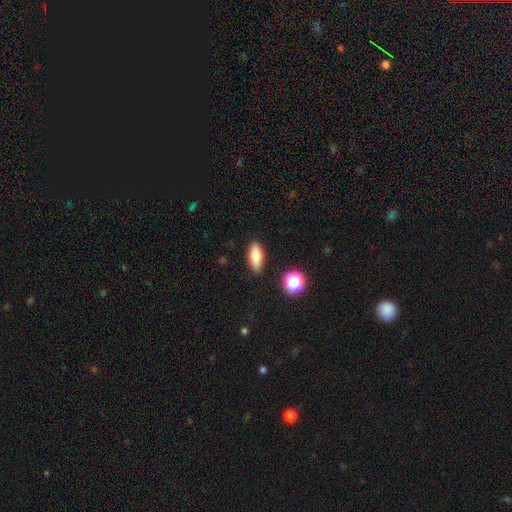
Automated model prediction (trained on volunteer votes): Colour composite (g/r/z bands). It shows a smooth galaxy with no disk features (74%) that is in between round and cigar-shaped (76%). Merging: none (86%).